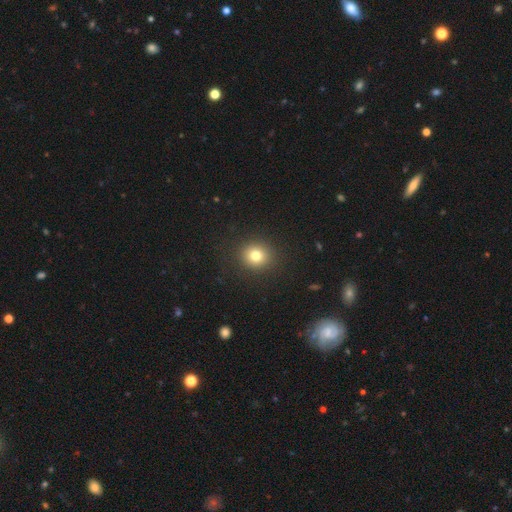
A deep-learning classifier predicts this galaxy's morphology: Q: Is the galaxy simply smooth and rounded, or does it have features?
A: smooth — 79%.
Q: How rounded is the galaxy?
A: round — 86%.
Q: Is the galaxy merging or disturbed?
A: none — 90%.